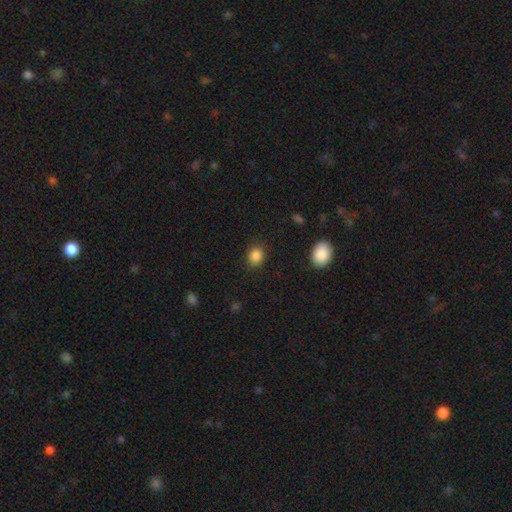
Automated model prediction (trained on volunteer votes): smooth 86%, star or artifact 10%, featured or disk 3%. Down the decision tree: how rounded — round (67%); merging — none (86%).